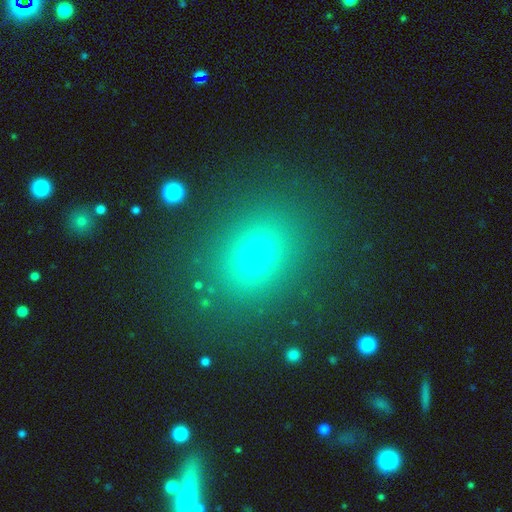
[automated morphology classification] Smooth or featured: smooth — 66% (star or artifact — 23%)
How rounded: round — 60% (in between — 39%)
Merging: none — 85% (minor disturbance — 9%)